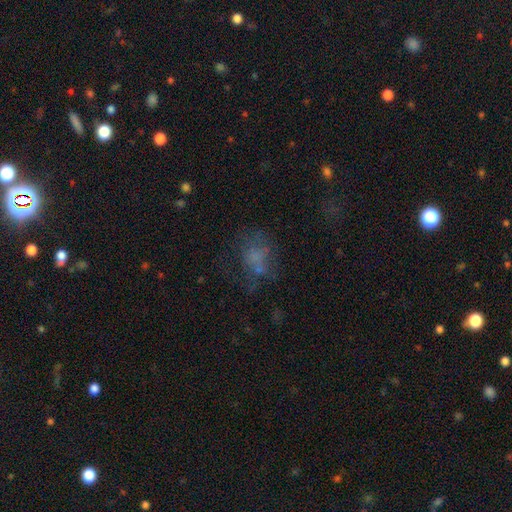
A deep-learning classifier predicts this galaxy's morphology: smooth-or-featured: smooth: 50% | featured or disk: 28% | star or artifact: 21%
  how-rounded: in between: 56% | round: 41% | cigar-shaped: 2%
  merging: none: 44% | major disturbance: 29% | minor disturbance: 20% | merger: 7%